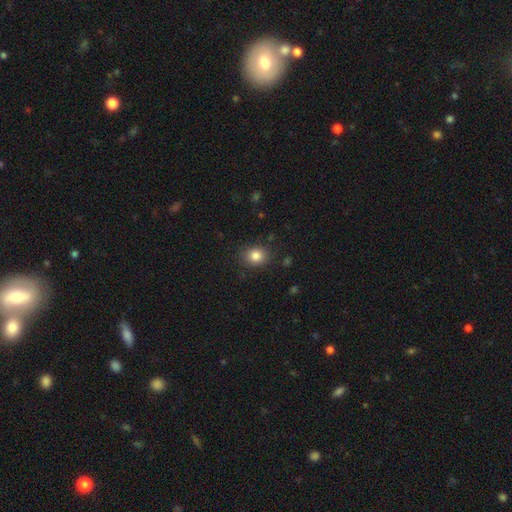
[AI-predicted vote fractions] A smooth galaxy with no disk features (84%) that is round (65%). Merging: none (86%).